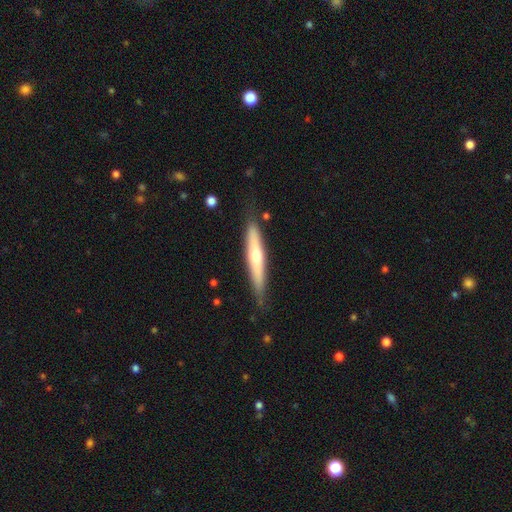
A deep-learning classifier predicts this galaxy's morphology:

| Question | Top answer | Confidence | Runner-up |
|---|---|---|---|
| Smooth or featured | featured or disk | 49% | smooth (45%) |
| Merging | none | 80% | minor disturbance (15%) |